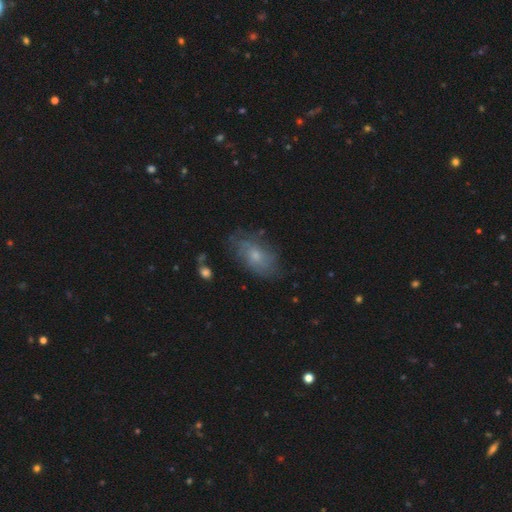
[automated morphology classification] smooth-or-featured: featured or disk: 51% | smooth: 40% | star or artifact: 9%
  disk-edge-on: no: 93% | yes: 7%
  merging: none: 68% | minor disturbance: 22% | major disturbance: 9% | merger: 2%